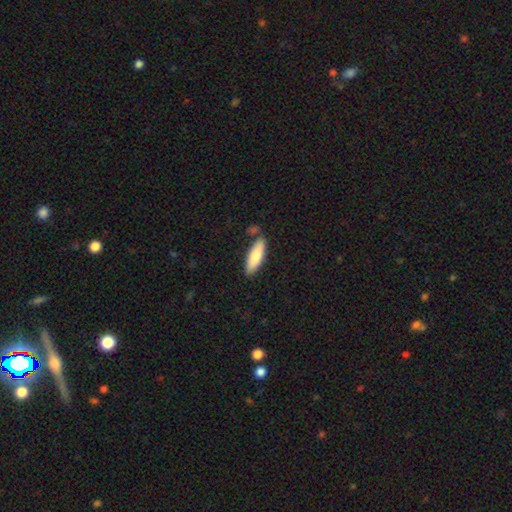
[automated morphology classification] The model was most divided on "how rounded": in between: 51%, cigar-shaped: 47%, round: 2%. More confident: merging — none (78%); smooth or featured — smooth (77%).